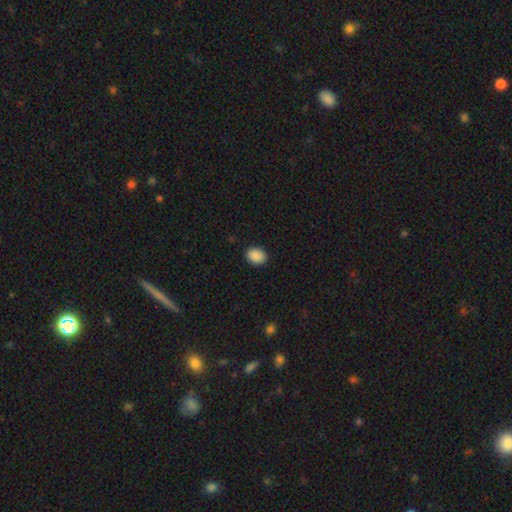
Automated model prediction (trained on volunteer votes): This appears to be a smooth galaxy with no disk features (90%) that is in between round and cigar-shaped (65%). Merging: none (89%).